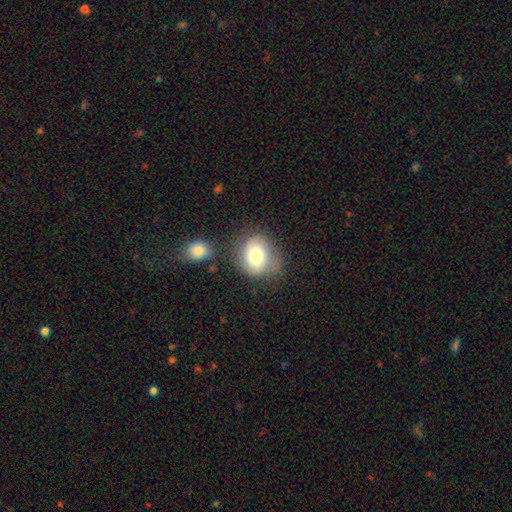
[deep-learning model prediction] Smooth or featured?
  - smooth: 76% *
  - featured or disk: 16%
  - star or artifact: 8%
How rounded?
  - round: 63% *
  - in between: 36%
  - cigar-shaped: 1%
Merging?
  - none: 59% *
  - minor disturbance: 23%
  - major disturbance: 9%
  - merger: 9%